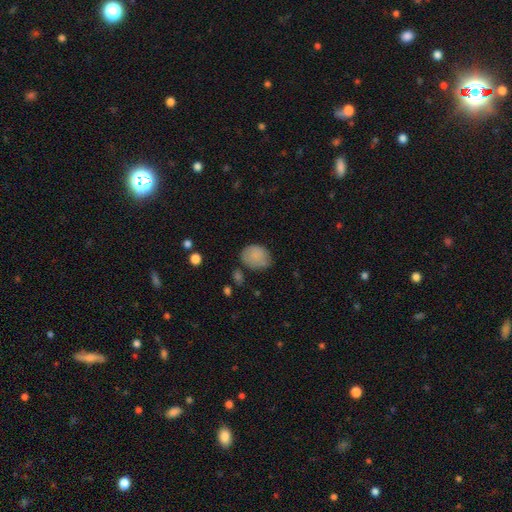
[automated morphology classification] Smooth or featured? Predicted: smooth (p=0.82). How rounded? Predicted: in between (p=0.55). Merging? Predicted: none (p=0.58).